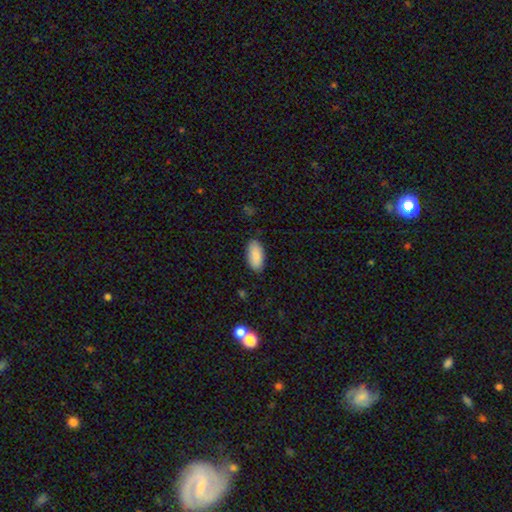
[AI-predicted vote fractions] Smooth or featured?
  - smooth: 90% *
  - star or artifact: 6%
  - featured or disk: 4%
How rounded?
  - in between: 92% *
  - cigar-shaped: 6%
  - round: 2%
Merging?
  - none: 87% *
  - minor disturbance: 10%
  - major disturbance: 2%
  - merger: 1%